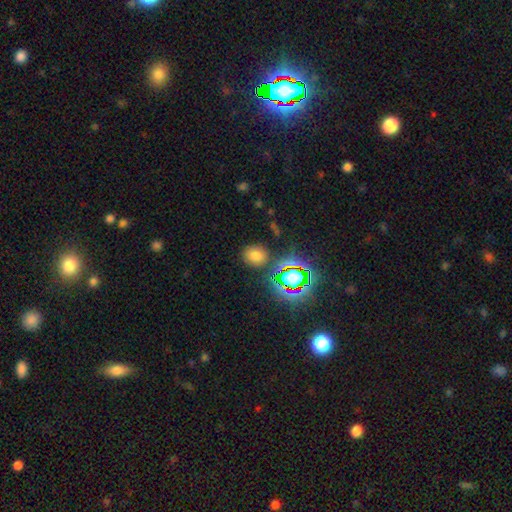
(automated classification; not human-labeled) Smooth or featured: smooth — 69% (star or artifact — 23%)
How rounded: round — 67% (in between — 32%)
Merging: none — 83% (minor disturbance — 9%)